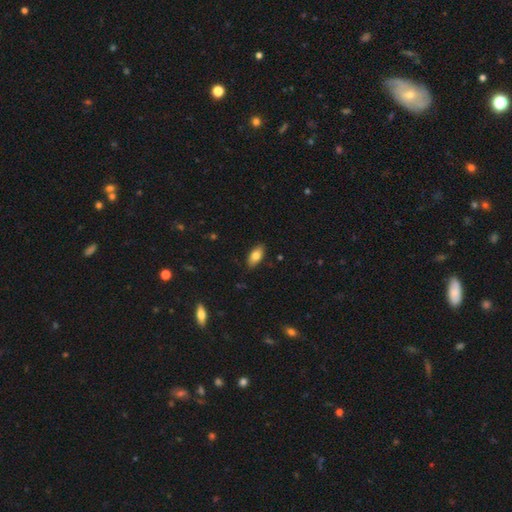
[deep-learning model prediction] smooth 79%, featured or disk 14%, star or artifact 7%. Down the decision tree: how rounded — in between (90%); merging — none (87%).